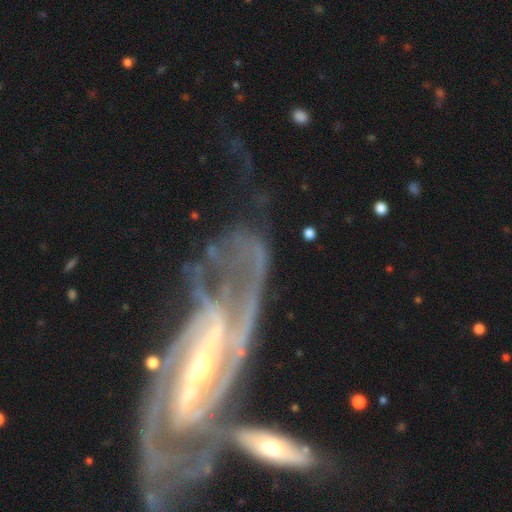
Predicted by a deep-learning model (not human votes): smooth-or-featured: featured or disk: 84% | star or artifact: 9% | smooth: 8%
  disk-edge-on: no: 91% | yes: 9%
    bar: strong: 38% | no: 32% | weak: 30%
    has-spiral-arms: yes: 83% | no: 17%
      spiral-winding: medium: 38% | loose: 36% | tight: 26%
      spiral-arm-count: 2: 49% | can't tell: 20% | 1: 11% | 3: 10% | 4: 5% | more than 4: 5%
    bulge-size: small: 55% | moderate: 35% | none: 5% | large: 4% | dominant: 2%
  merging: major disturbance: 44% | none: 31% | minor disturbance: 15% | merger: 11%